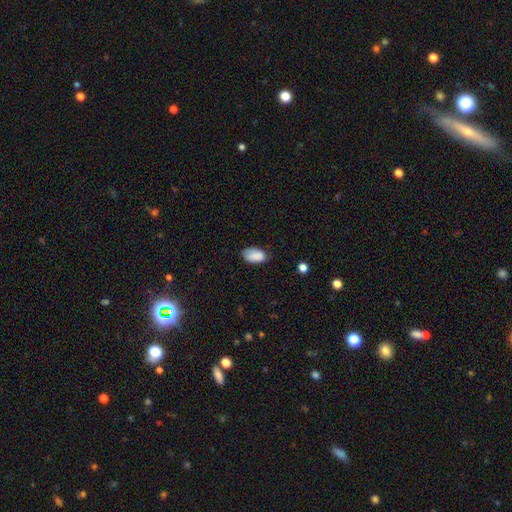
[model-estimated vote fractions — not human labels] Morphology: type=smooth (87%); roundness=in between (93%); merging=none (68%).